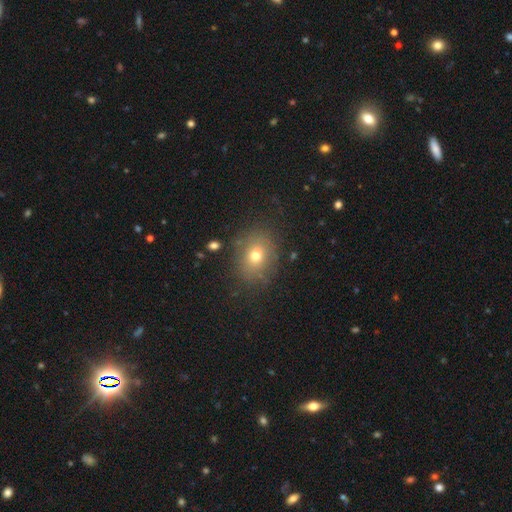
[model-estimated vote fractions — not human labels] The model was most divided on "how rounded": in between: 57%, round: 42%, cigar-shaped: 1%. More confident: merging — none (78%); smooth or featured — smooth (69%).